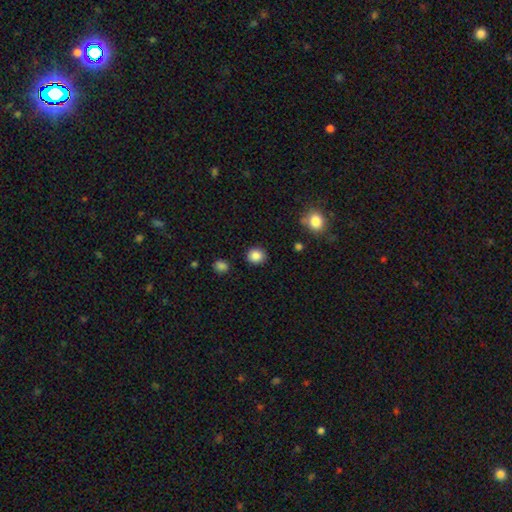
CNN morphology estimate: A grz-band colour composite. It shows a smooth galaxy with no disk features (87%) that is round (85%). Merging: none (89%).